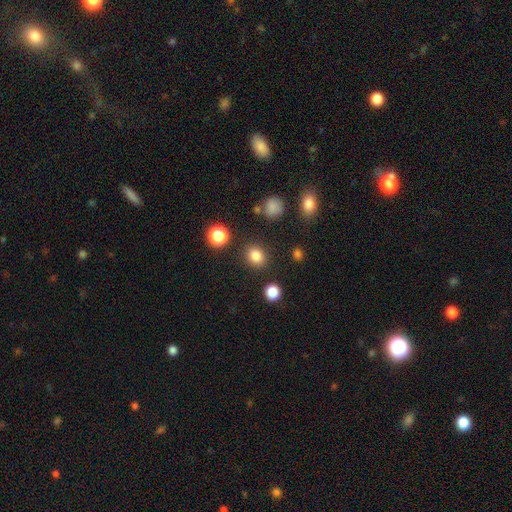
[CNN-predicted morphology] Smooth or featured?
  - smooth: 83% *
  - star or artifact: 12%
  - featured or disk: 5%
How rounded?
  - round: 61% *
  - in between: 38%
  - cigar-shaped: 1%
Merging?
  - none: 86% *
  - minor disturbance: 8%
  - major disturbance: 3%
  - merger: 3%